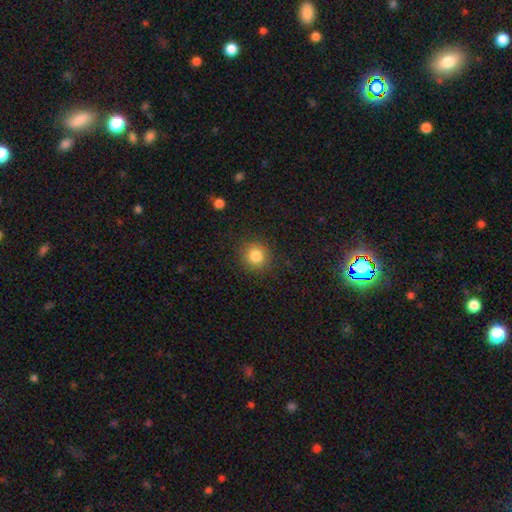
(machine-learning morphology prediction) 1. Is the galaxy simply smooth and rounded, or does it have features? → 84% smooth, 11% star or artifact, 5% featured or disk.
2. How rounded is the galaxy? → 91% round, 8% in between, 1% cigar-shaped.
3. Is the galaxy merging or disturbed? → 89% none, 7% minor disturbance, 3% major disturbance, 1% merger.